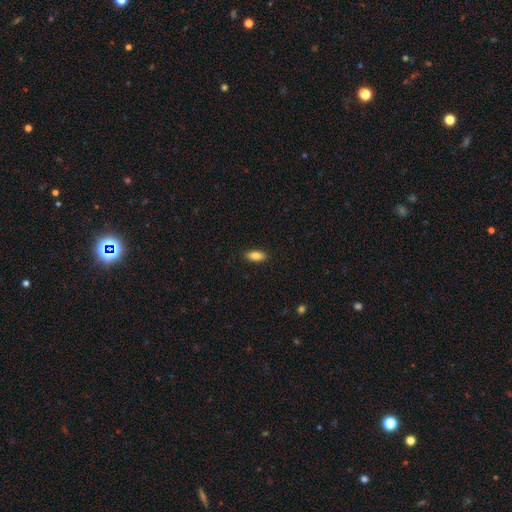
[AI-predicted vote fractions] A smooth galaxy with no disk features (86%) that is in between round and cigar-shaped (84%).

Vote fractions:
- Smooth or featured? smooth: 86% / star or artifact: 7% / featured or disk: 7%
- How rounded? in between: 84% / cigar-shaped: 13% / round: 2%
- Merging? none: 89% / minor disturbance: 8% / major disturbance: 2% / merger: 1%